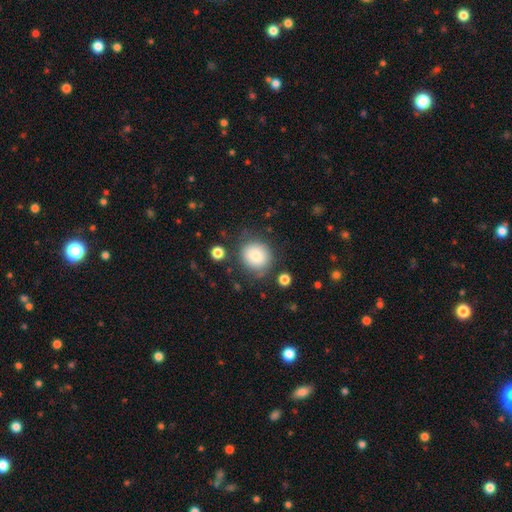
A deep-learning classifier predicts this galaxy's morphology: This appears to be a smooth galaxy with no disk features (80%) that is round (80%). Merging: none (73%).